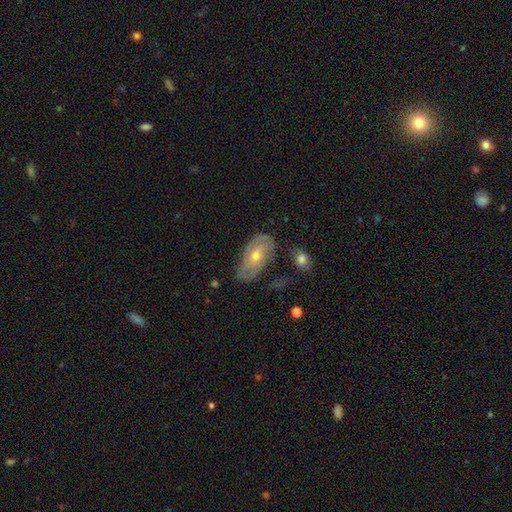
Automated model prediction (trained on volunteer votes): A featured or disk galaxy (67%) with no bar (68%), spiral arms (79%) and a moderate central bulge (55%).

Vote fractions:
- Smooth or featured? featured or disk: 67% / smooth: 25% / star or artifact: 7%
- Edge-on disk? no: 93% / yes: 7%
- Bar? no: 68% / weak: 26% / strong: 6%
- Spiral arms? yes: 79% / no: 21%
- Bulge size? moderate: 55% / small: 41% / large: 2% / none: 1% / dominant: 1%
- Merging? none: 59% / minor disturbance: 28% / major disturbance: 9% / merger: 4%